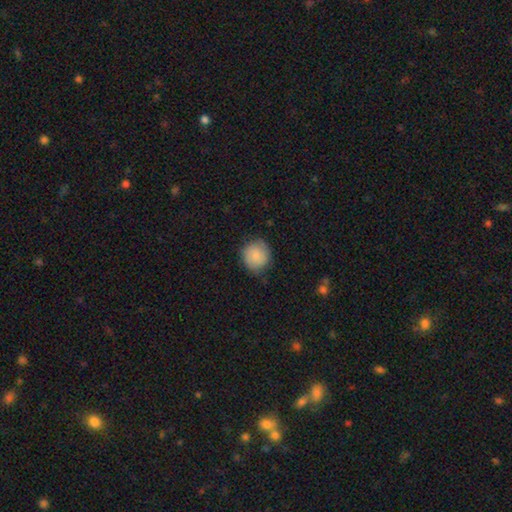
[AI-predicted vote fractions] Smooth or featured? smooth (84%)
How rounded? round (90%)
Merging? none (81%)